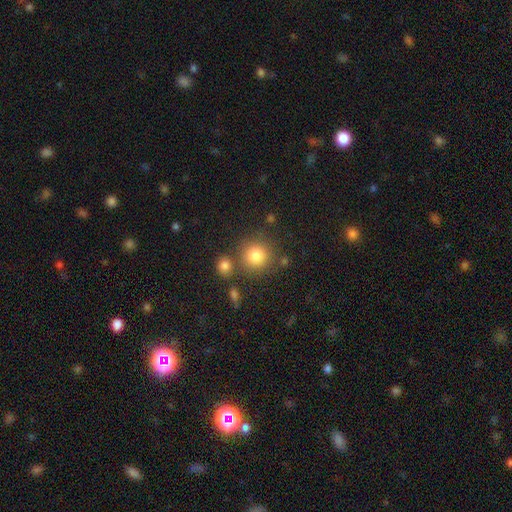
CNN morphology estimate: A smooth galaxy with no disk features (82%) that is round (91%).

Vote fractions:
- Smooth or featured? smooth: 82% / star or artifact: 11% / featured or disk: 7%
- How rounded? round: 91% / in between: 8% / cigar-shaped: 1%
- Merging? none: 75% / merger: 12% / minor disturbance: 9% / major disturbance: 4%